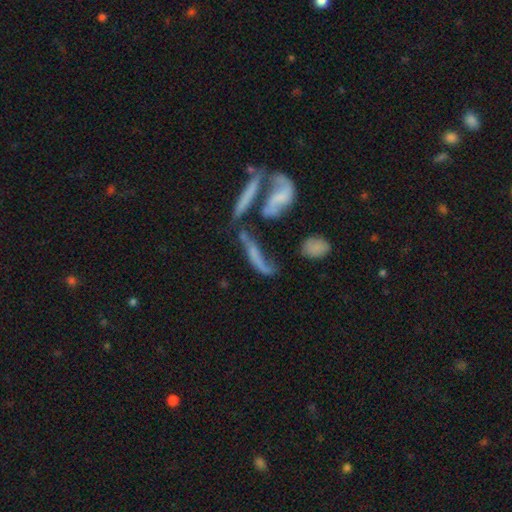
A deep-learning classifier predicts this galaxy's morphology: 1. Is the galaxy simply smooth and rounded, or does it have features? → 48% featured or disk, 38% smooth, 14% star or artifact.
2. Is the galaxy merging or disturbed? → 39% merger, 25% none, 21% major disturbance, 14% minor disturbance.